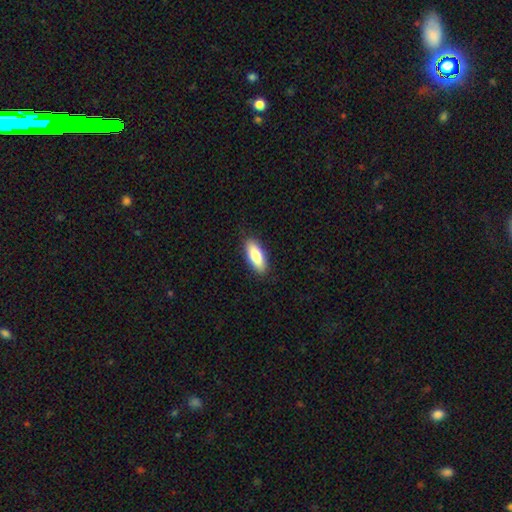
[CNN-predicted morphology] A smooth galaxy with no disk features (79%) that is in between round and cigar-shaped (71%). Merging: none (89%).